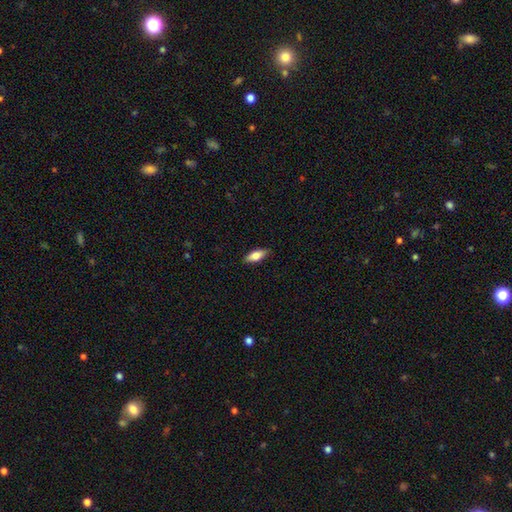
Smooth or featured? smooth (54%)
How rounded? in between (57%)
Merging? none (87%)